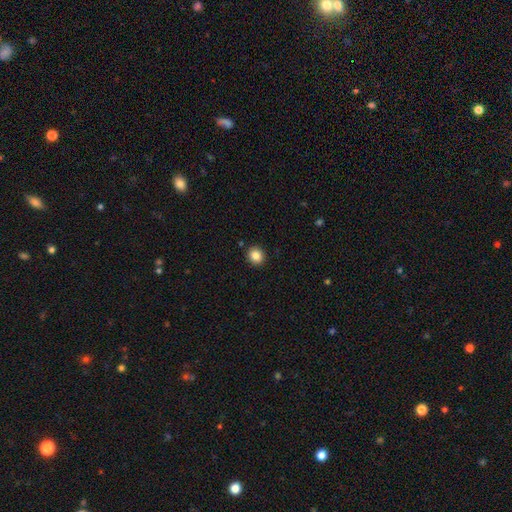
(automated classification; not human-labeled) Smooth or featured? smooth (86%)
How rounded? round (81%)
Merging? none (91%)